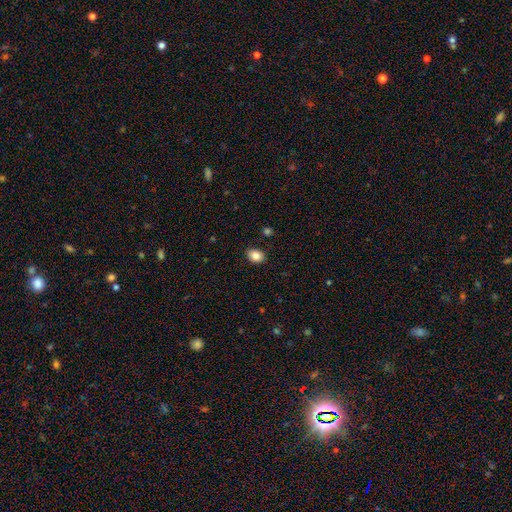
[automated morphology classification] Overall: smooth (86%). How rounded: in between (68%; round 31%). Merging: none (86%).